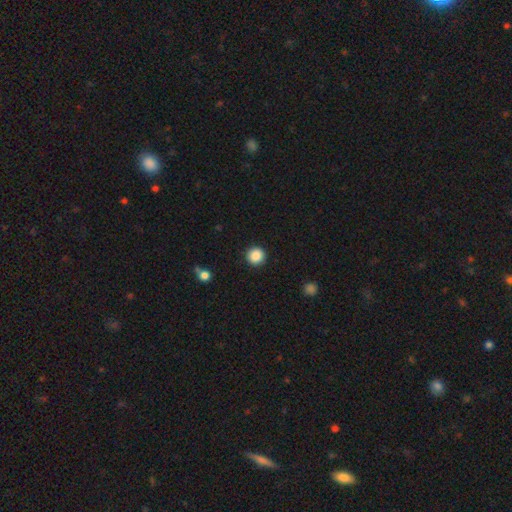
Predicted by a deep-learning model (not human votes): Smooth or featured? Predicted: smooth (p=0.88). How rounded? Predicted: round (p=0.96). Merging? Predicted: none (p=0.92).